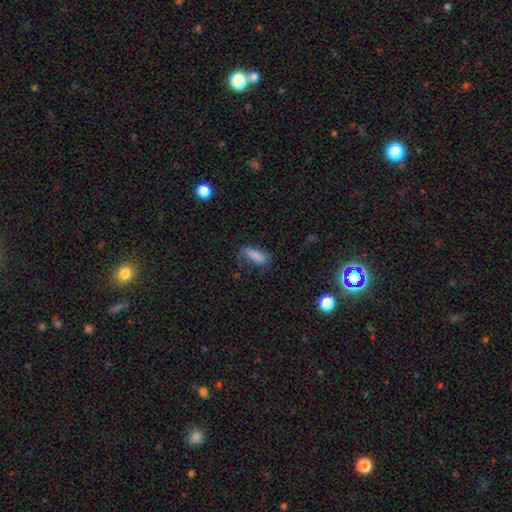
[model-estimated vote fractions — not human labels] Smooth or featured? smooth (78%)
How rounded? in between (74%)
Merging? none (50%)